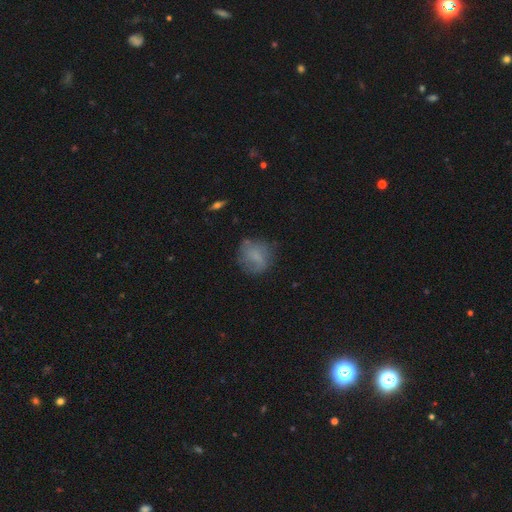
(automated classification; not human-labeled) Morphology: type=smooth (64%); roundness=round (75%); merging=none (65%).